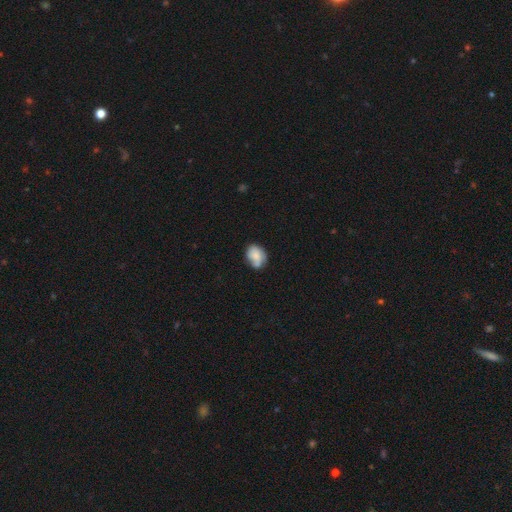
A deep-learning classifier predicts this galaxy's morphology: type=smooth (71%); roundness=in between (59%); merging=none (48%).